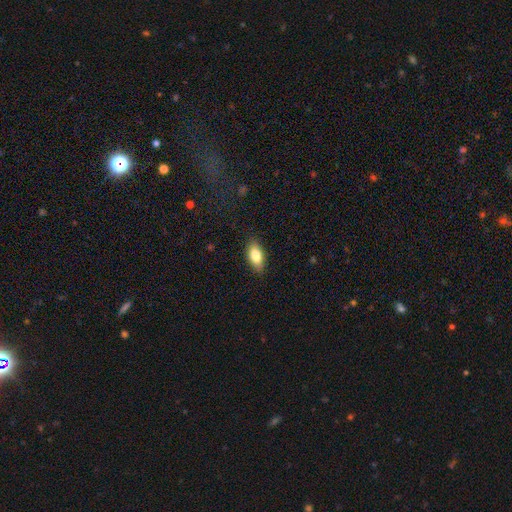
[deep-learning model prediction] smooth-or-featured: smooth: 82% | featured or disk: 11% | star or artifact: 7%
  how-rounded: in between: 87% | cigar-shaped: 8% | round: 5%
  merging: none: 85% | minor disturbance: 11% | major disturbance: 3% | merger: 1%